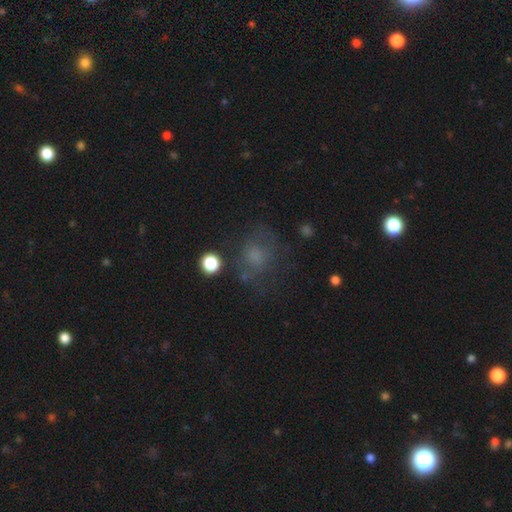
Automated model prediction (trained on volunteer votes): Overall: smooth (57%; featured or disk 23%). How rounded: round (65%; in between 33%). Merging: none (58%; minor disturbance 20%).